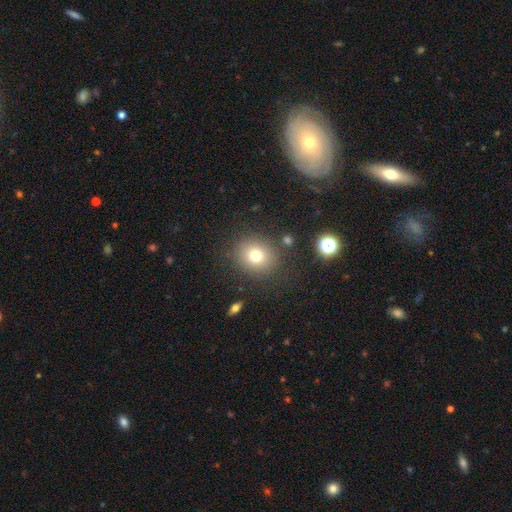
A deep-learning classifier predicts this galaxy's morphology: This is likely a smooth galaxy (75%). How rounded: likely round (79%). Merging: clearly none (83%).